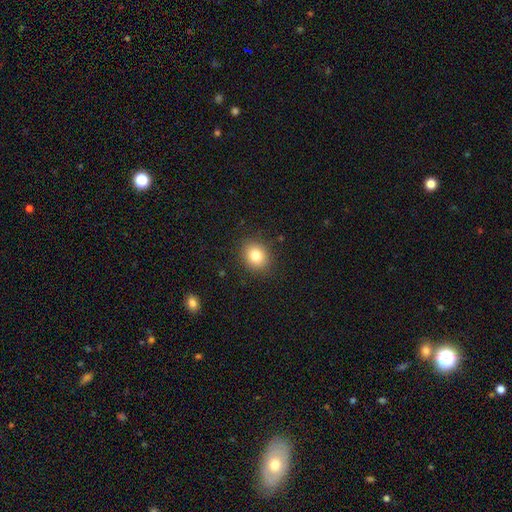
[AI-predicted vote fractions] This is clearly a smooth galaxy (83%). How rounded: possibly round (59%). Merging: clearly none (88%).